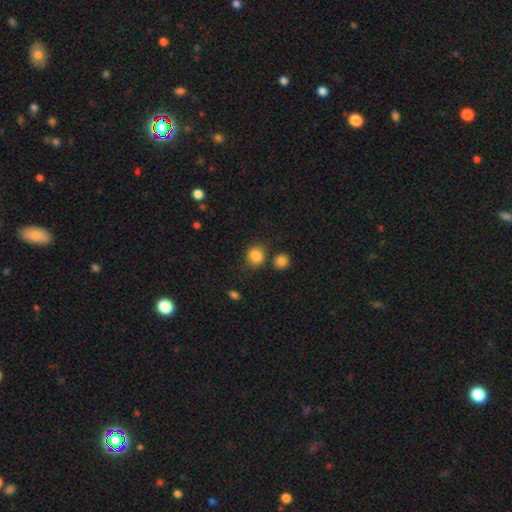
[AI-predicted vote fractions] Morphology: type=smooth (85%); roundness=round (76%); merging=none (72%).